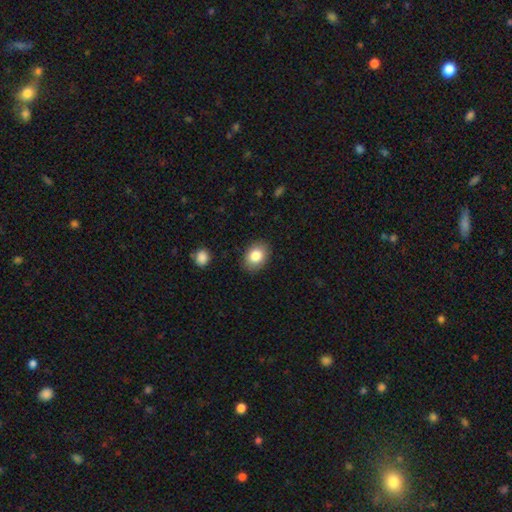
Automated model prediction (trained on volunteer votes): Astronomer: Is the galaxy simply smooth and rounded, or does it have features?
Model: smooth — 84%.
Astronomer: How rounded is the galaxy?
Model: in between — 70%.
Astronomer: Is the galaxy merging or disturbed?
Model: none — 86%.